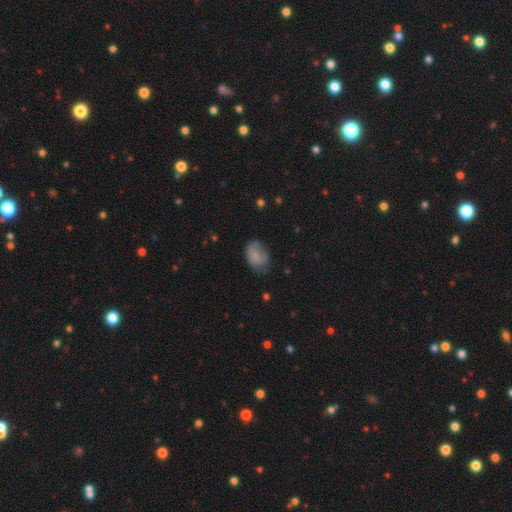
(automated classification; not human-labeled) This appears to be a smooth galaxy with no disk features (74%) that is in between round and cigar-shaped (82%). Merging: none (51%).